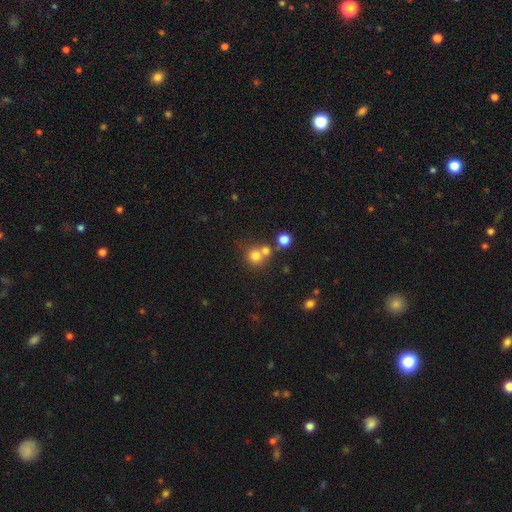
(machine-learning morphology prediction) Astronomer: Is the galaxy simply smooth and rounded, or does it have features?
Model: smooth — 75%.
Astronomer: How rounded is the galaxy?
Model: round — 87%.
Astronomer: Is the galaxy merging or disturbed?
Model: none — 50% (runner-up: merger, 39%).